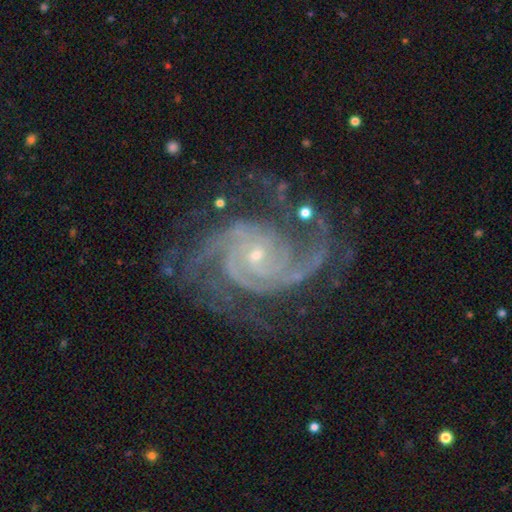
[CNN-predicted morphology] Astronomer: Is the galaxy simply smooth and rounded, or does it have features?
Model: featured or disk — 92%.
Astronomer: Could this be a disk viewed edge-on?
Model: no — 98%.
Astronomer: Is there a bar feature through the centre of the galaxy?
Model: no — 70%.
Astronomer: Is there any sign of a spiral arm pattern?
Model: yes — 99%.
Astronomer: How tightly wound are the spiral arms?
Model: tight — 56% (runner-up: medium, 38%).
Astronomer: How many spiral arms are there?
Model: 3 — 31% (runner-up: 2, 28%).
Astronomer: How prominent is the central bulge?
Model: small — 80%.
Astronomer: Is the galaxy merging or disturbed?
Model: none — 69%.